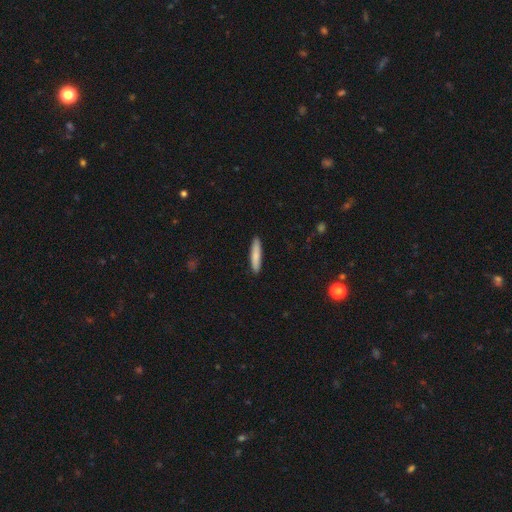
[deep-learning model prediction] Overall: smooth (81%). How rounded: cigar-shaped (87%). Merging: none (90%).